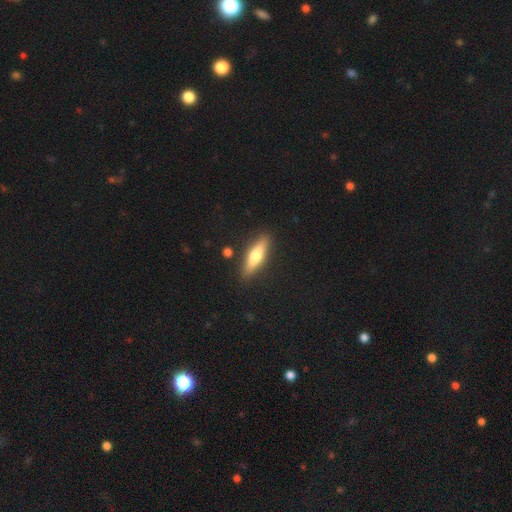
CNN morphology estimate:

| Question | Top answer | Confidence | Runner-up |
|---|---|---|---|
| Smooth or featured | smooth | 56% | featured or disk (38%) |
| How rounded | cigar-shaped | 68% | in between (30%) |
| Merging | none | 87% | minor disturbance (9%) |